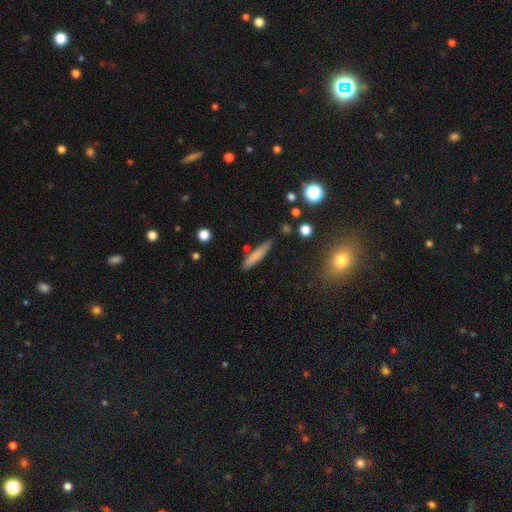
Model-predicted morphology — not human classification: Smooth or featured?
  - smooth: 75% *
  - featured or disk: 18%
  - star or artifact: 8%
How rounded?
  - cigar-shaped: 89% *
  - in between: 9%
  - round: 2%
Merging?
  - none: 80% *
  - minor disturbance: 13%
  - merger: 5%
  - major disturbance: 3%